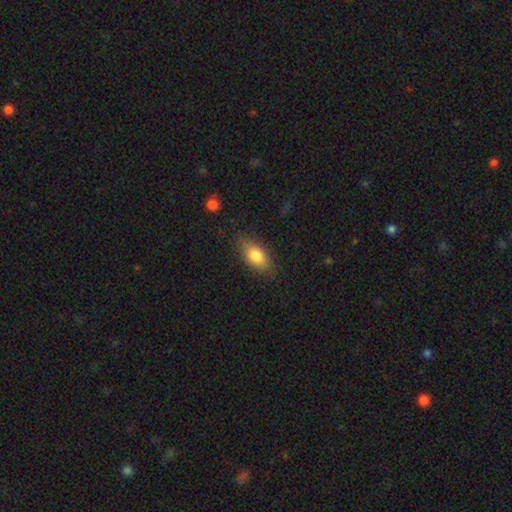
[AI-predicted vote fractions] smooth_or_featured: smooth (p=0.81) [alt: featured or disk p=0.12]
how_rounded: in between (p=0.87) [alt: cigar-shaped p=0.08]
merging: none (p=0.80) [alt: minor disturbance p=0.15]